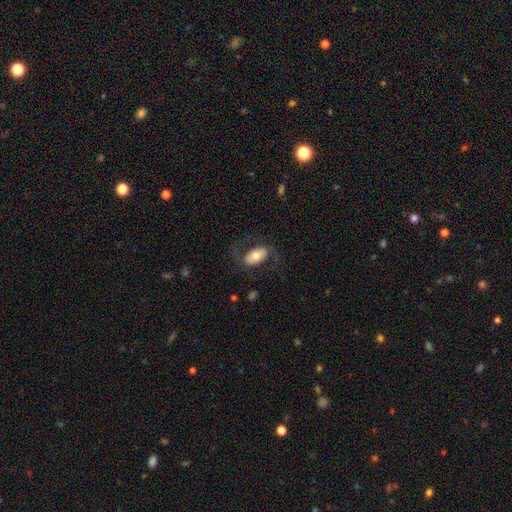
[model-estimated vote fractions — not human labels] A smooth galaxy with no disk features (50%).

Vote fractions:
- Smooth or featured? smooth: 50% / featured or disk: 44% / star or artifact: 7%
- Merging? none: 69% / major disturbance: 16% / minor disturbance: 14% / merger: 1%